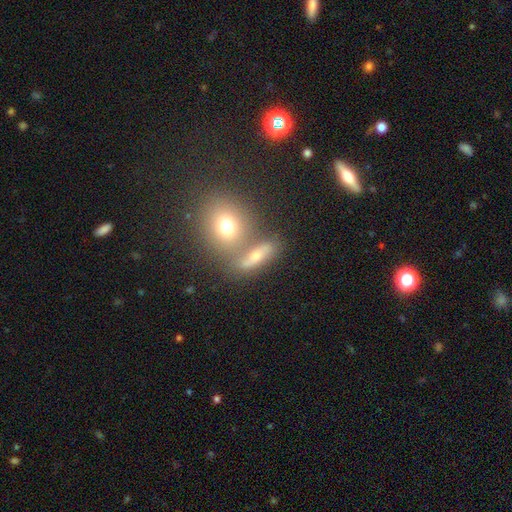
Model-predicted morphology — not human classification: This is possibly a smooth galaxy (58%). How rounded: possibly in between (45%). Merging: possibly none (54%).